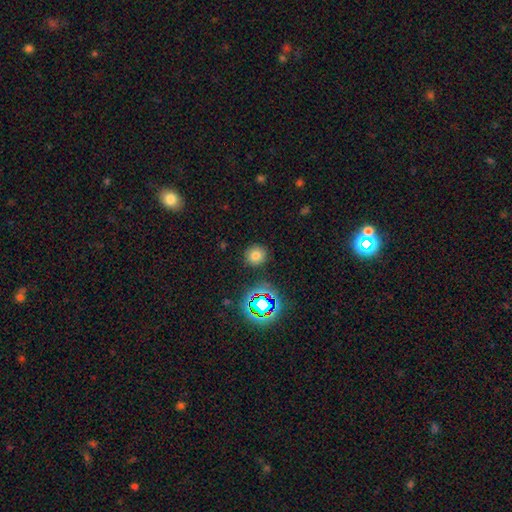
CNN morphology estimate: Overall: smooth (72%). How rounded: round (90%). Merging: none (88%).